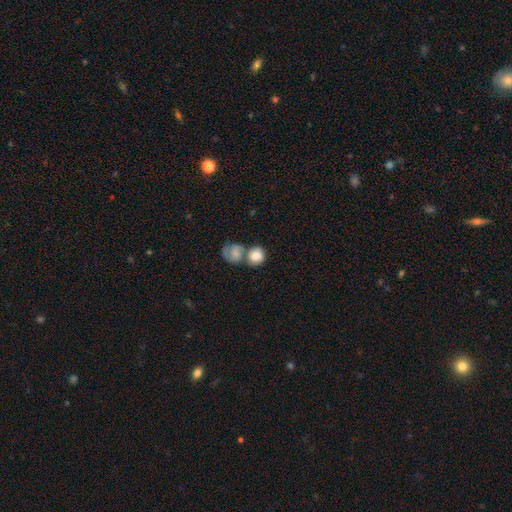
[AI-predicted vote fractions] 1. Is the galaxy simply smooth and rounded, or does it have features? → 77% smooth, 16% featured or disk, 7% star or artifact.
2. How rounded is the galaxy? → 73% round, 26% in between, 1% cigar-shaped.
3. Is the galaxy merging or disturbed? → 59% merger, 27% none, 9% minor disturbance, 5% major disturbance.